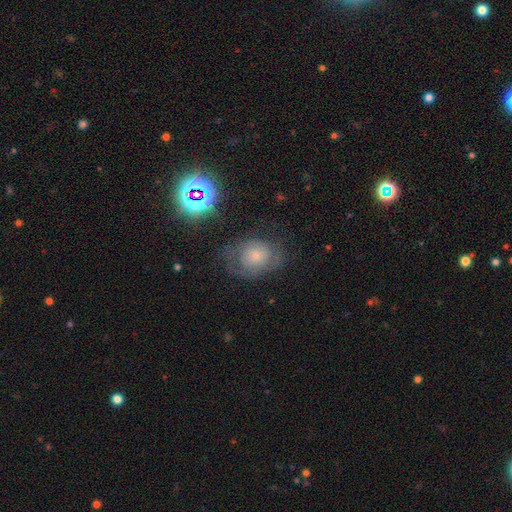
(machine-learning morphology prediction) A featured or disk galaxy (47%).

Vote fractions:
- Smooth or featured? featured or disk: 47% / smooth: 39% / star or artifact: 15%
- Merging? none: 54% / minor disturbance: 24% / major disturbance: 19% / merger: 2%